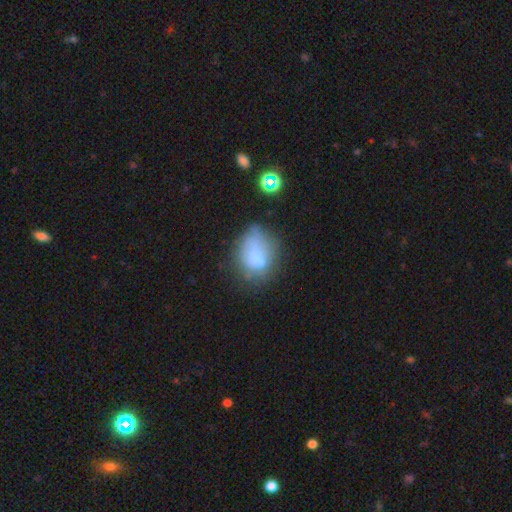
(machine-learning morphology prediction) Smooth or featured? smooth (64%)
How rounded? in between (59%)
Merging? none (37%)